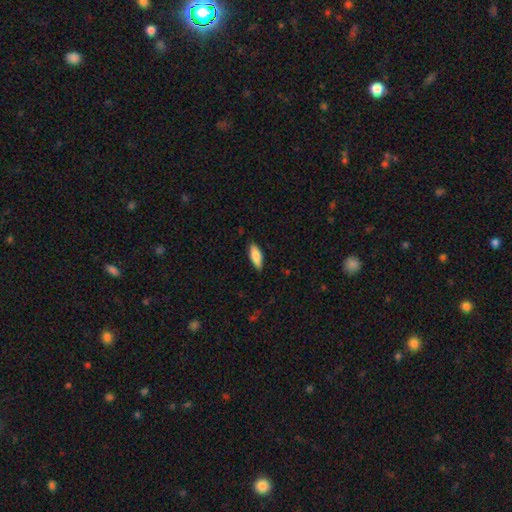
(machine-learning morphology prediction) Smooth or featured: smooth — 81% (featured or disk — 14%)
How rounded: in between — 66% (cigar-shaped — 32%)
Merging: none — 86% (minor disturbance — 11%)